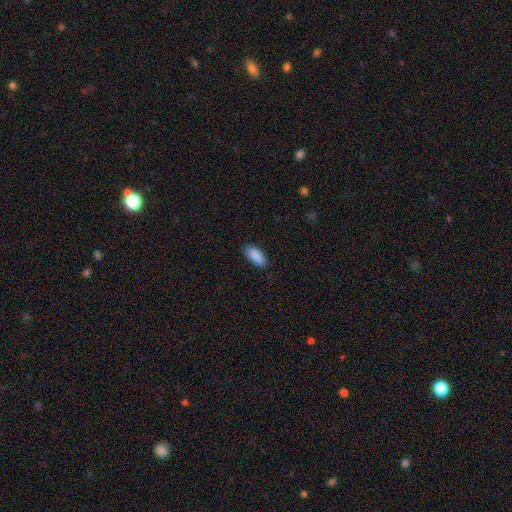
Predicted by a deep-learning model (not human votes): Smooth or featured: smooth — 90% (star or artifact — 6%)
How rounded: in between — 87% (cigar-shaped — 11%)
Merging: none — 83% (minor disturbance — 14%)